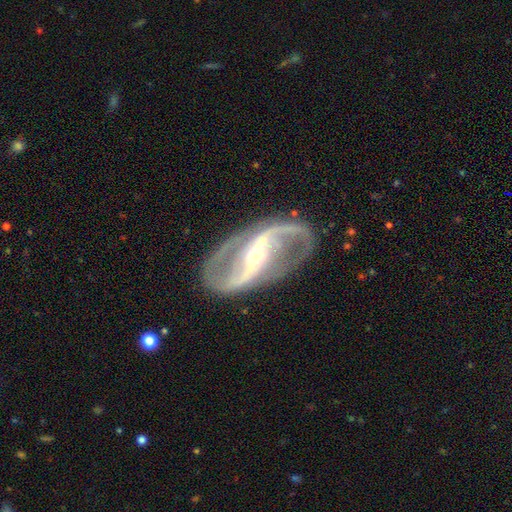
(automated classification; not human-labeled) This is clearly a featured or disk galaxy (91%). It is clearly not viewed edge-on (96%). Bar: likely strong (63%). Spiral arm pattern: clearly yes (96%). Spiral arm count: clearly 2 (93%). Spiral winding: possibly medium (47%). Central bulge: likely small (69%). Merging: clearly none (81%).